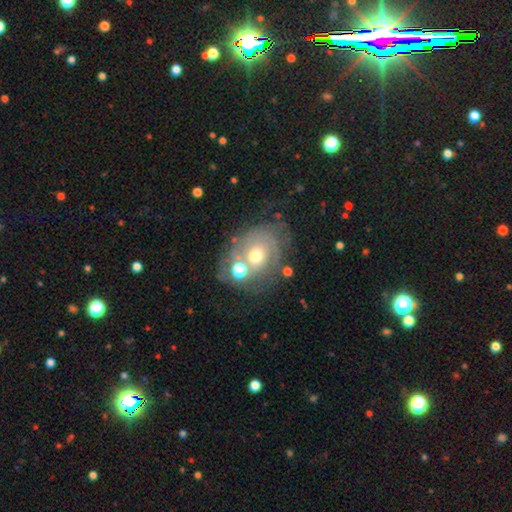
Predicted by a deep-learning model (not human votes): Smooth or featured? Predicted: featured or disk (p=0.66). Edge-on disk? Predicted: no (p=0.96). Bar? Predicted: no (p=0.82). Spiral arms? Predicted: yes (p=0.73). Bulge size? Predicted: moderate (p=0.67). Merging? Predicted: none (p=0.52).